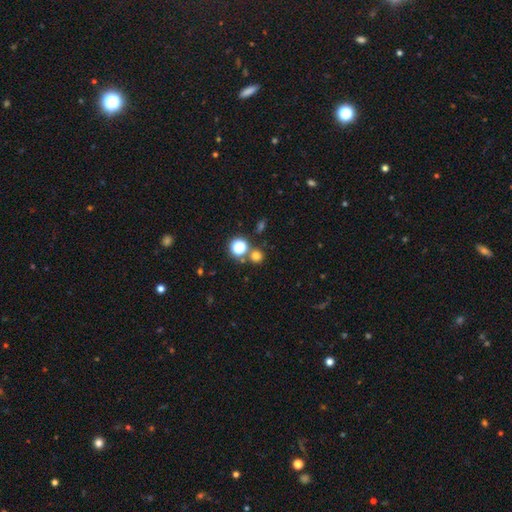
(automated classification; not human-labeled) smooth 69%, star or artifact 25%, featured or disk 7%. Down the decision tree: how rounded — round (90%); merging — none (75%).